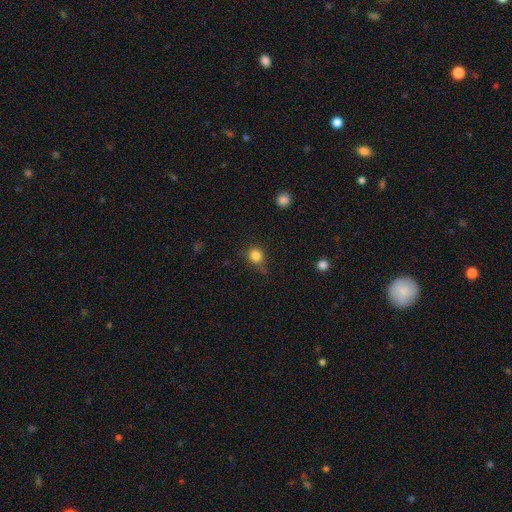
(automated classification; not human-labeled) smooth 84%, star or artifact 11%, featured or disk 5%. Down the decision tree: how rounded — round (79%); merging — none (72%).